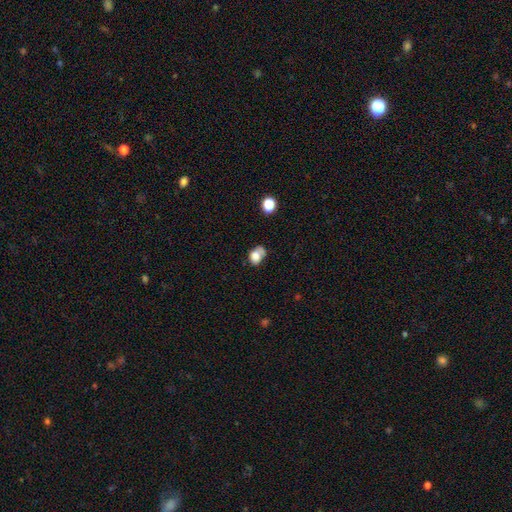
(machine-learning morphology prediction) This appears to be a smooth galaxy with no disk features (76%) that is in between round and cigar-shaped (68%). Merging: none (37%).